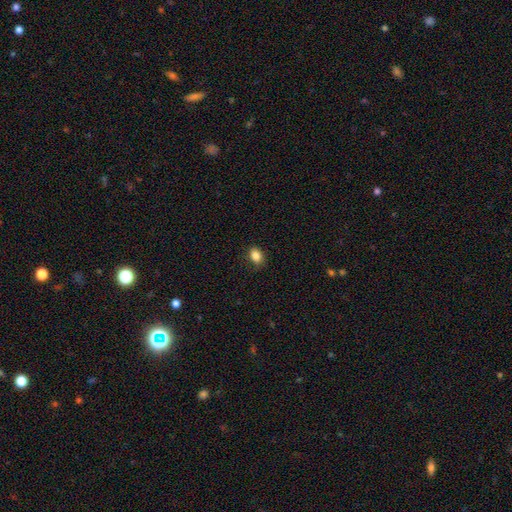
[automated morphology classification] This appears to be a smooth galaxy with no disk features (85%) that is in between round and cigar-shaped (72%). Merging: none (83%).